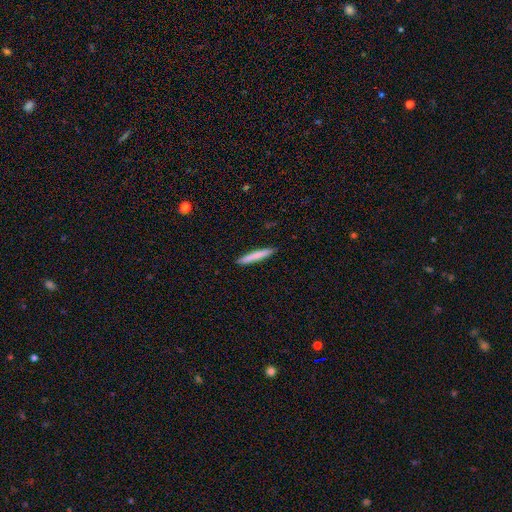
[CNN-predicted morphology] smooth-or-featured: smooth: 77% | featured or disk: 18% | star or artifact: 6%
  how-rounded: cigar-shaped: 96% | in between: 3% | round: 1%
  merging: none: 91% | minor disturbance: 6% | major disturbance: 1% | merger: 1%